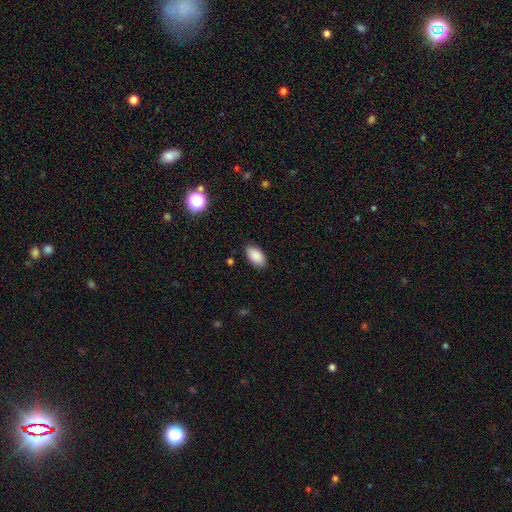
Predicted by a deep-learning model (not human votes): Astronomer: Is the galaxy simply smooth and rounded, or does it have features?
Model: smooth — 89%.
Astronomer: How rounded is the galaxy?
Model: in between — 95%.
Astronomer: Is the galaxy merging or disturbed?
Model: none — 86%.